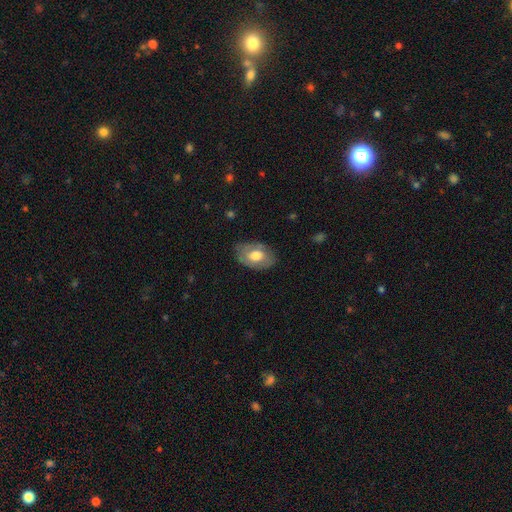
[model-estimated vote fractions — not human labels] smooth 53%, featured or disk 41%, star or artifact 6%. Down the decision tree: how rounded — in between (88%); merging — none (76%).